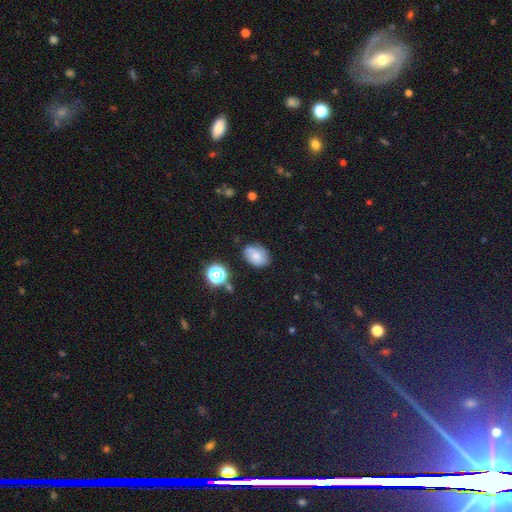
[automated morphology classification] This appears to be a smooth galaxy with no disk features (72%) that is in between round and cigar-shaped (74%). Merging: none (64%).